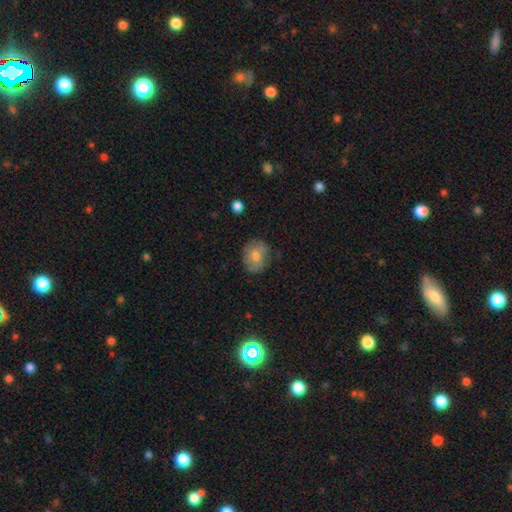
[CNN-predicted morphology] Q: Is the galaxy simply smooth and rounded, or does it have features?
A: smooth — 66%.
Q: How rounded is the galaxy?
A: round — 59%.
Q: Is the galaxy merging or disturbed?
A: none — 72%.